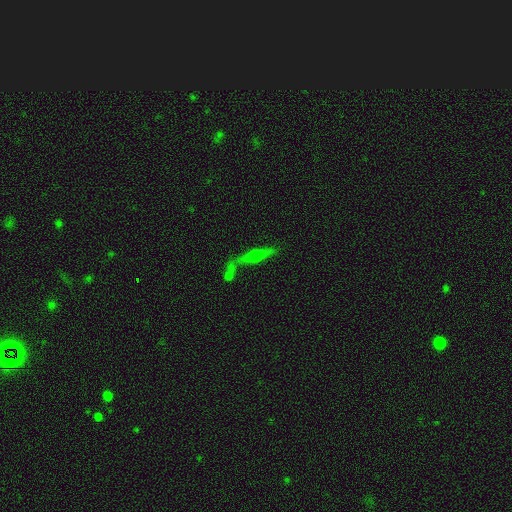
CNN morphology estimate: This is possibly a featured or disk galaxy (58%). It is clearly viewed edge-on (90%). Edge-on bulge: clearly rounded (90%). Merging: possibly none (57%).